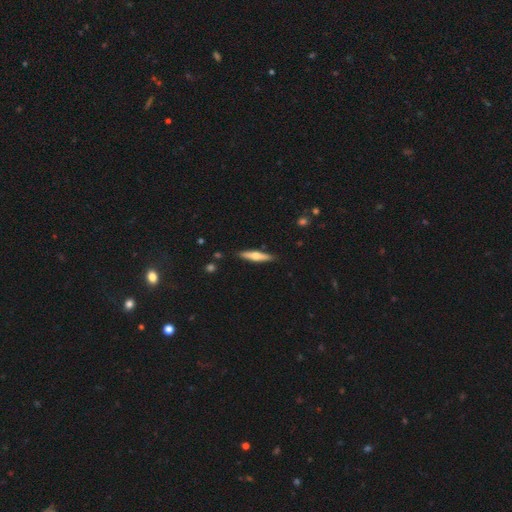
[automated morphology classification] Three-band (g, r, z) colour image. It shows a featured or disk galaxy (49%). Merging: none (89%).